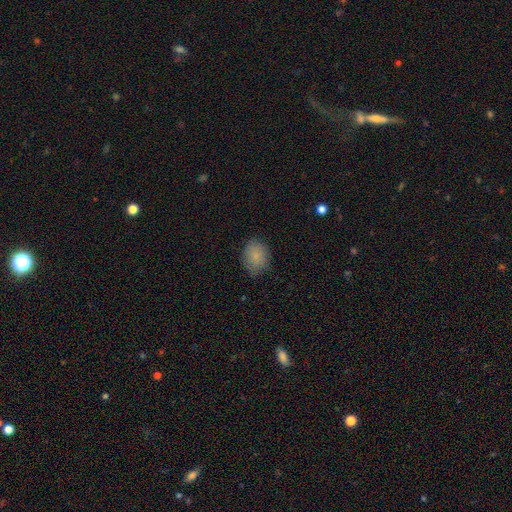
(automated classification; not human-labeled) smooth 83%, star or artifact 9%, featured or disk 8%. Down the decision tree: how rounded — in between (56%); merging — none (80%).